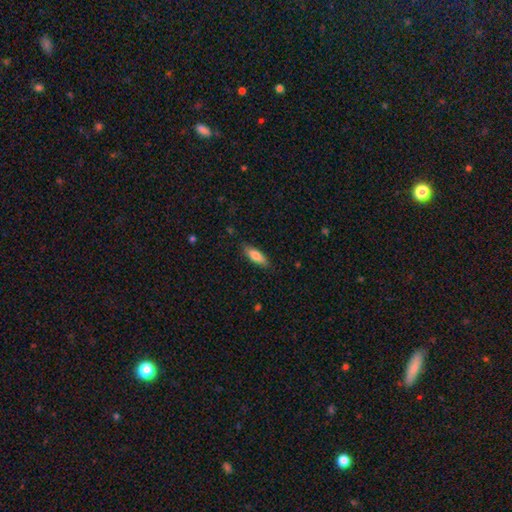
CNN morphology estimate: Overall: smooth (77%). How rounded: in between (55%; cigar-shaped 43%). Merging: none (84%).